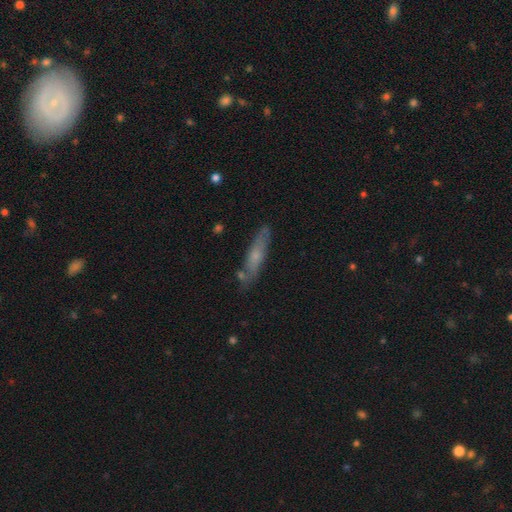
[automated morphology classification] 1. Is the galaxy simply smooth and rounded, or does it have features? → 50% smooth, 43% featured or disk, 7% star or artifact.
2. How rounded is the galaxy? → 83% cigar-shaped, 15% in between, 2% round.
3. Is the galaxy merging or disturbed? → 77% none, 15% minor disturbance, 4% merger, 3% major disturbance.